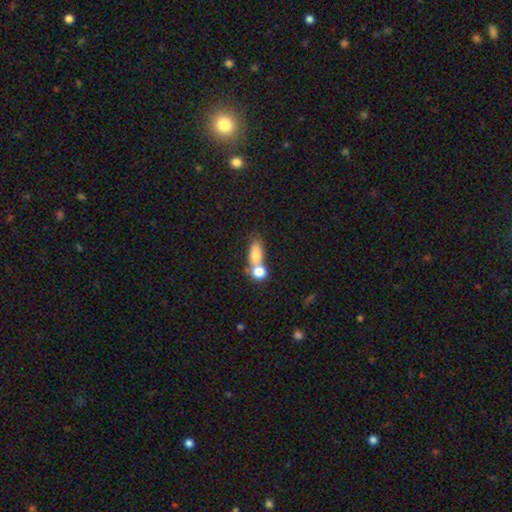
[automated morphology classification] The model was most divided on "merging": merger: 47%, none: 37%, minor disturbance: 10%, major disturbance: 6%. More confident: smooth or featured — smooth (76%); how rounded — in between (65%).